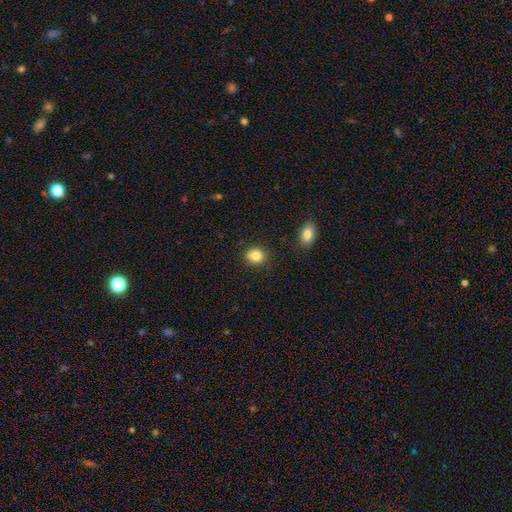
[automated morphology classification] smooth_or_featured: smooth (p=0.84) [alt: star or artifact p=0.10]
how_rounded: round (p=0.62) [alt: in between p=0.37]
merging: none (p=0.84) [alt: minor disturbance p=0.12]